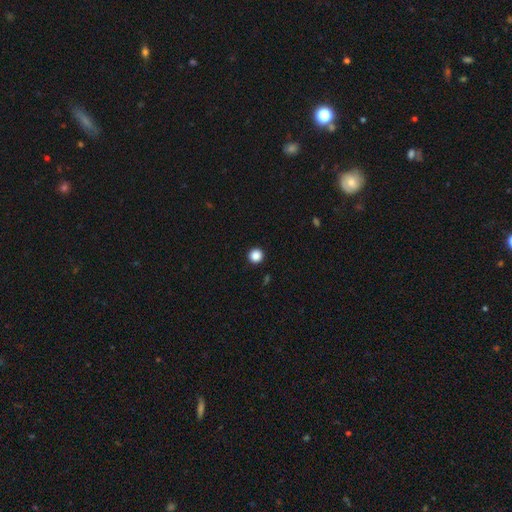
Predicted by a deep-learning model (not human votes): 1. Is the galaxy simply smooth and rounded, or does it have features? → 87% smooth, 11% star or artifact, 2% featured or disk.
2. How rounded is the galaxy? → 96% round, 3% in between, 1% cigar-shaped.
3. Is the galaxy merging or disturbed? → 94% none, 4% minor disturbance, 1% major disturbance, 1% merger.